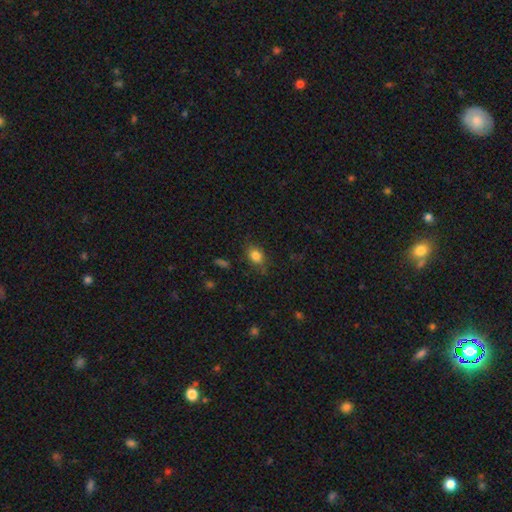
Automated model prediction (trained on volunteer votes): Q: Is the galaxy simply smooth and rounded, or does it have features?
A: smooth — 82%.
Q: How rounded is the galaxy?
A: in between — 69%.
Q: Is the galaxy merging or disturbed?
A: none — 76%.